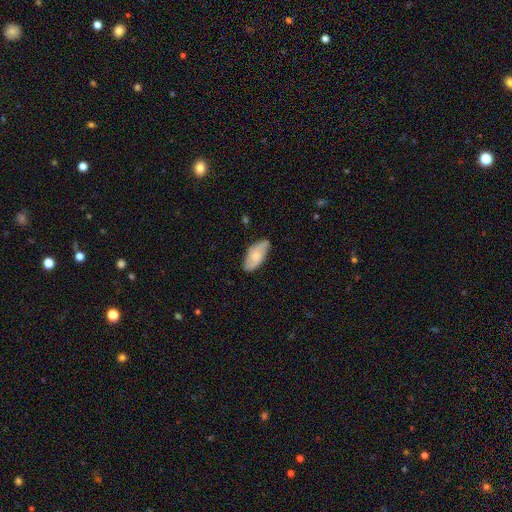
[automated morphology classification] A smooth galaxy with no disk features (62%) that is in between round and cigar-shaped (91%).

Vote fractions:
- Smooth or featured? smooth: 62% / featured or disk: 32% / star or artifact: 6%
- How rounded? in between: 91% / cigar-shaped: 7% / round: 2%
- Merging? none: 74% / minor disturbance: 21% / major disturbance: 3% / merger: 1%